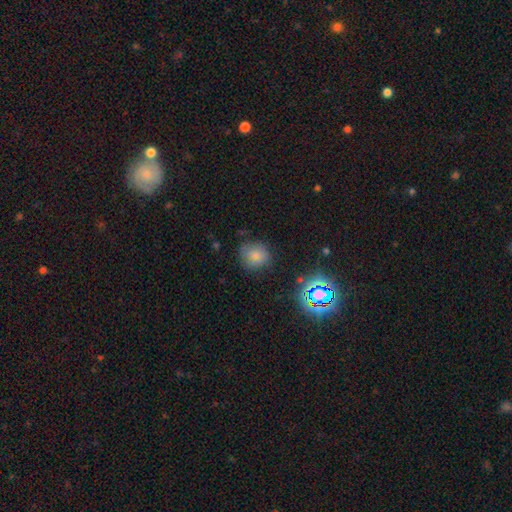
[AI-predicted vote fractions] Smooth or featured: smooth — 76% (star or artifact — 16%)
How rounded: round — 79% (in between — 20%)
Merging: none — 76% (minor disturbance — 17%)